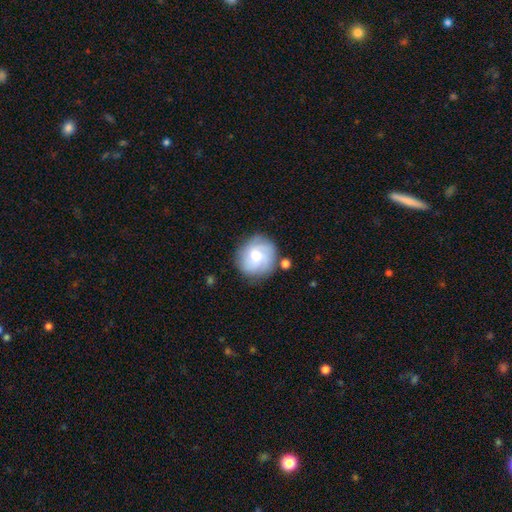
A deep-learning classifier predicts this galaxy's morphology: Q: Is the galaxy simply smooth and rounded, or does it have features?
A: smooth — 47%.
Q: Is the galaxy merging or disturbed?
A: none — 75%.